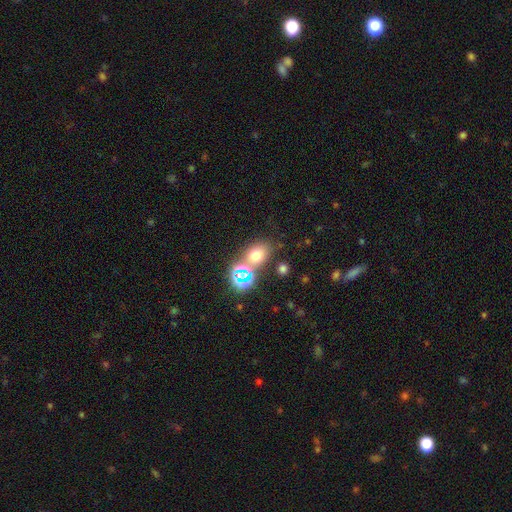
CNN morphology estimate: Smooth or featured? smooth (63%)
How rounded? in between (59%)
Merging? none (65%)